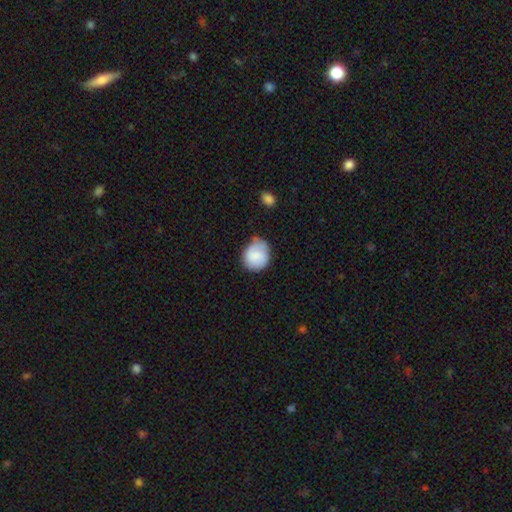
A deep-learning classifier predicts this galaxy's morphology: smooth_or_featured: smooth (p=0.79) [alt: featured or disk p=0.14]
how_rounded: round (p=0.71) [alt: in between p=0.28]
merging: none (p=0.55) [alt: minor disturbance p=0.33]